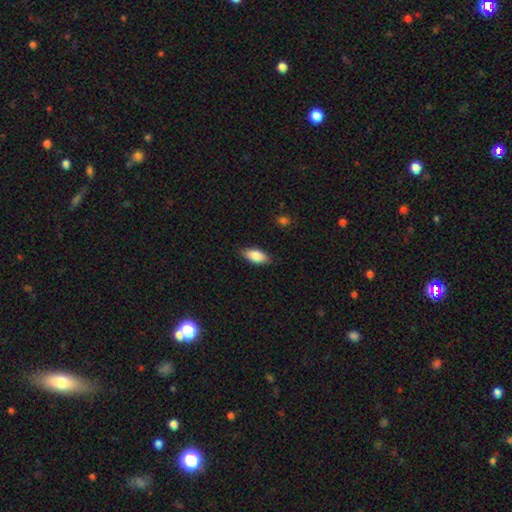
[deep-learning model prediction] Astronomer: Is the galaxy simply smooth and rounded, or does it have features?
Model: smooth — 85%.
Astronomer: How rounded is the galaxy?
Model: in between — 86%.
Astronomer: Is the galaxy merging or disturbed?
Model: none — 85%.